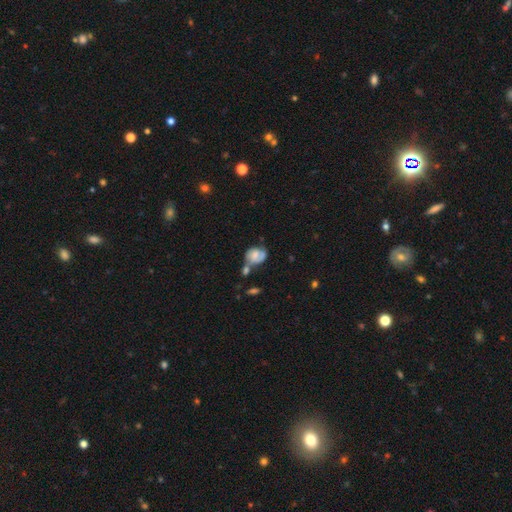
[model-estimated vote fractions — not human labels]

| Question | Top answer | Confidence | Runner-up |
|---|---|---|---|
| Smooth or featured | featured or disk | 48% | smooth (43%) |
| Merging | none | 35% | merger (29%) |